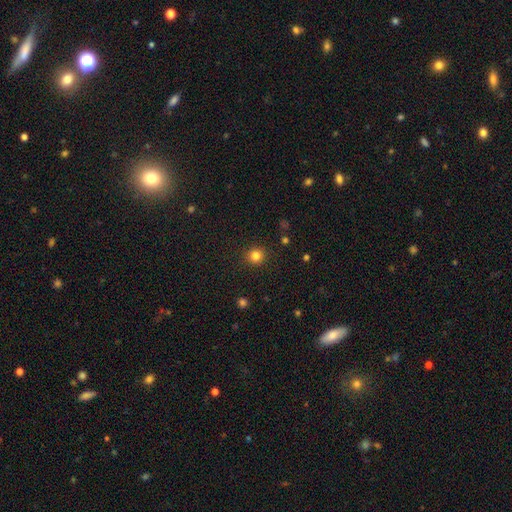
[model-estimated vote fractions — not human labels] Smooth or featured? smooth (82%)
How rounded? round (92%)
Merging? none (91%)